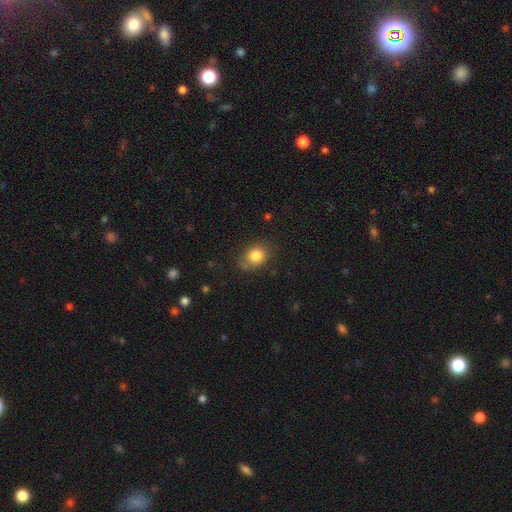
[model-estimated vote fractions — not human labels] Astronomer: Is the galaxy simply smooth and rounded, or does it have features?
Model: smooth — 81%.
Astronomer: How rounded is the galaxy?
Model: in between — 53% (runner-up: round, 46%).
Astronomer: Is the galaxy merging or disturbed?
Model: none — 68%.